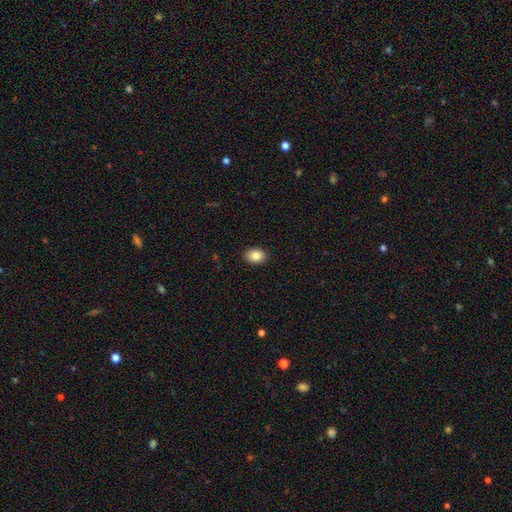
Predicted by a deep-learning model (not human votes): Morphology: type=smooth (86%); roundness=in between (71%); merging=none (90%).